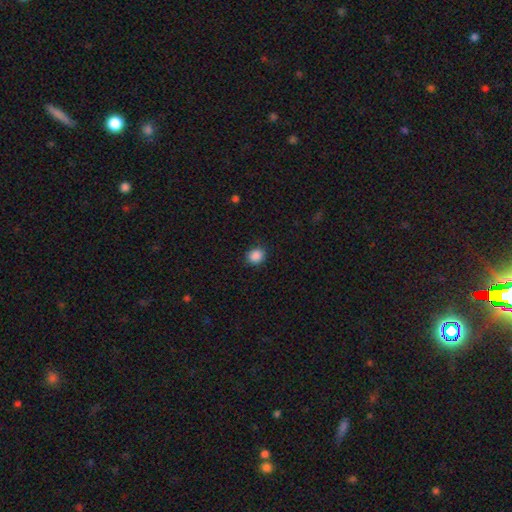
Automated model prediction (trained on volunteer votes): smooth 88%, star or artifact 10%, featured or disk 2%. Down the decision tree: how rounded — round (75%); merging — none (88%).